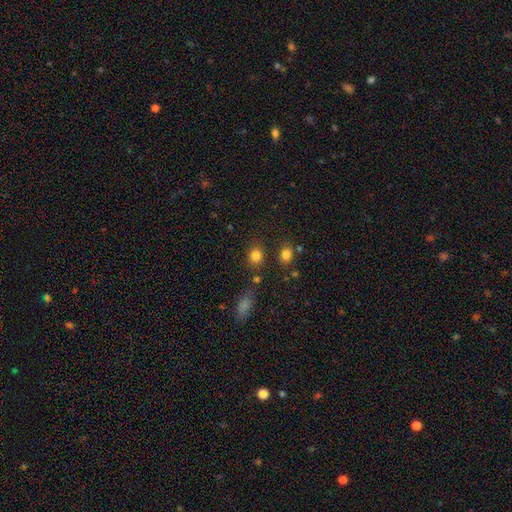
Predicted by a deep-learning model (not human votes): Smooth or featured?
  - smooth: 83% *
  - star or artifact: 13%
  - featured or disk: 5%
How rounded?
  - round: 74% *
  - in between: 25%
  - cigar-shaped: 1%
Merging?
  - none: 79% *
  - minor disturbance: 10%
  - merger: 7%
  - major disturbance: 4%